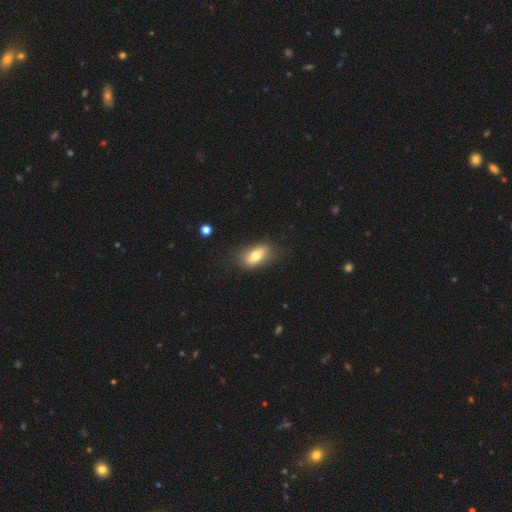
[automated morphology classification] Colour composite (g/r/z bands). It shows a smooth galaxy with no disk features (75%) that is in between round and cigar-shaped (87%). Merging: none (78%).